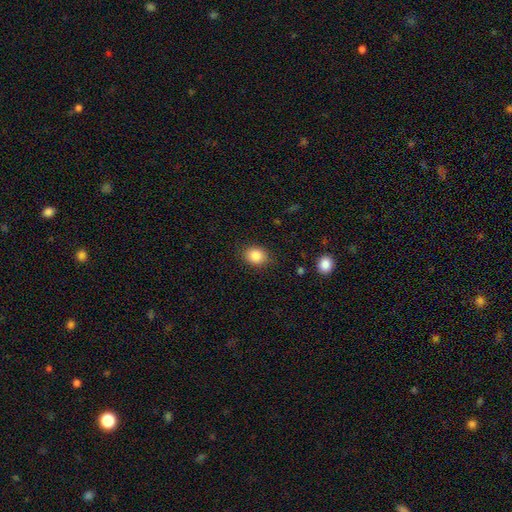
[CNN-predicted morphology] The model was most divided on "how rounded": round: 53%, in between: 46%, cigar-shaped: 1%. More confident: smooth or featured — smooth (86%); merging — none (85%).